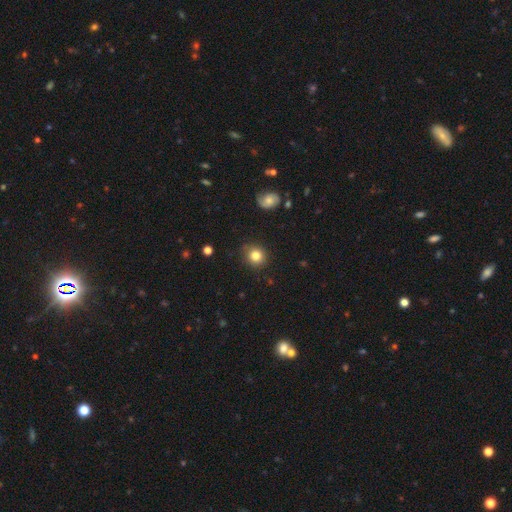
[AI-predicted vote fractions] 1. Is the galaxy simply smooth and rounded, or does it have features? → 83% smooth, 10% star or artifact, 7% featured or disk.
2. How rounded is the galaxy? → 88% round, 11% in between, 1% cigar-shaped.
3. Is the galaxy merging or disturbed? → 85% none, 11% minor disturbance, 3% major disturbance, 1% merger.